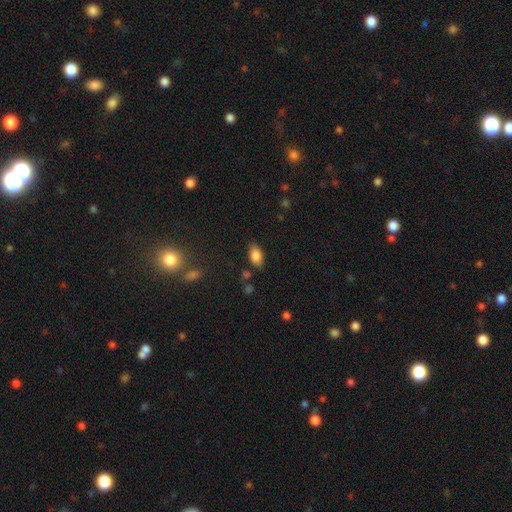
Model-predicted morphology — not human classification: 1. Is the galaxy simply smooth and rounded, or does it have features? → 84% smooth, 8% star or artifact, 7% featured or disk.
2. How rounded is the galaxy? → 92% in between, 5% round, 4% cigar-shaped.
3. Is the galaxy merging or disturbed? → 81% none, 13% minor disturbance, 3% major disturbance, 2% merger.